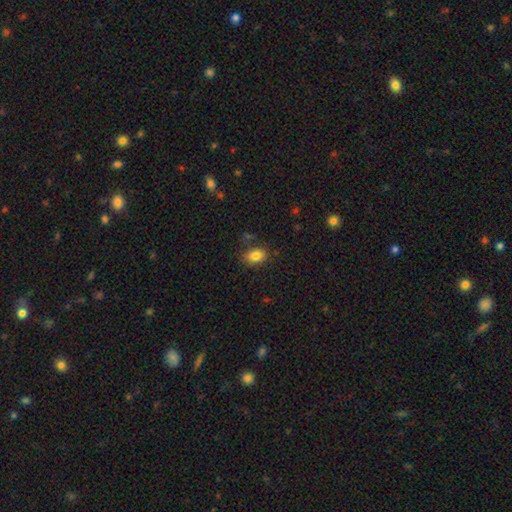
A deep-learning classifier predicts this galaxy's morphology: smooth-or-featured: smooth: 84% | star or artifact: 9% | featured or disk: 7%
  how-rounded: in between: 82% | round: 16% | cigar-shaped: 1%
  merging: none: 78% | minor disturbance: 14% | major disturbance: 4% | merger: 3%